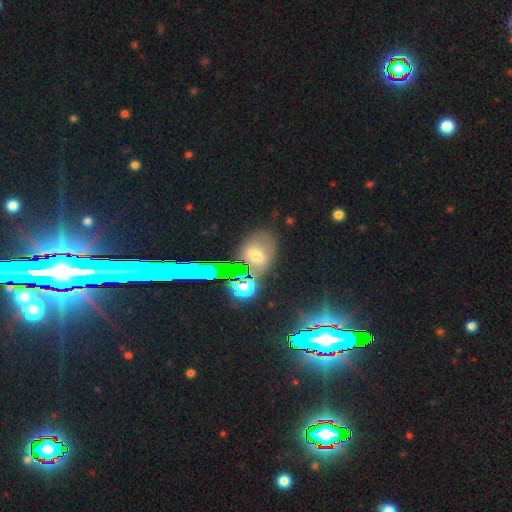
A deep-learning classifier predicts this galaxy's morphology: A smooth galaxy with no disk features (54%) that is in between round and cigar-shaped (64%). Merging: none (61%).